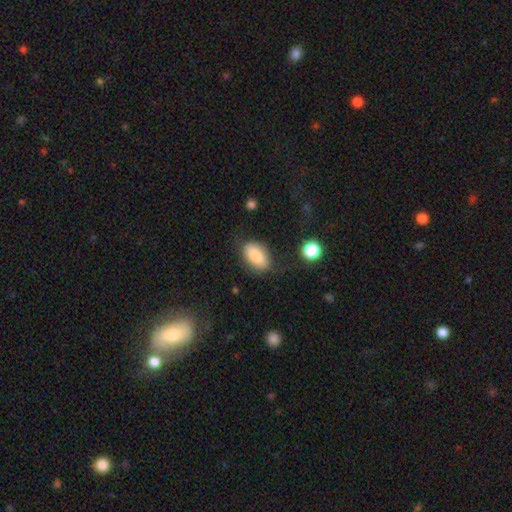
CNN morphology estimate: smooth_or_featured: smooth (p=0.83) [alt: featured or disk p=0.09]
how_rounded: in between (p=0.89) [alt: round p=0.06]
merging: none (p=0.71) [alt: minor disturbance p=0.19]